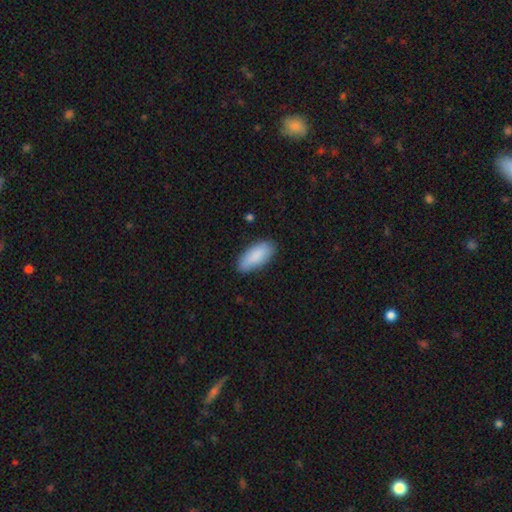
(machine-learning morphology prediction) Q: Smooth or featured?
A: smooth (88%); runner-up: featured or disk (6%)
Q: How rounded?
A: in between (86%); runner-up: cigar-shaped (12%)
Q: Merging?
A: none (84%); runner-up: minor disturbance (12%)